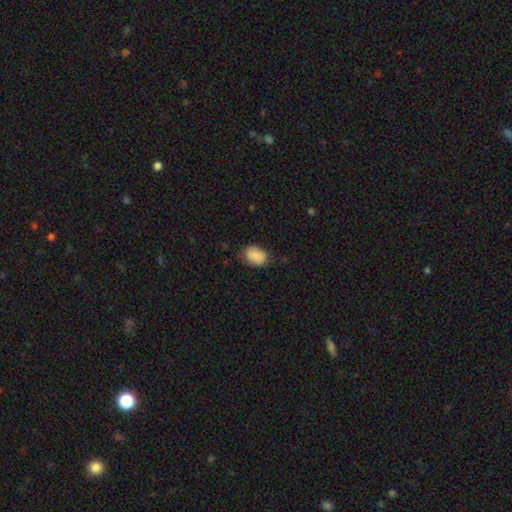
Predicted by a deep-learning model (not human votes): Overall: smooth (85%). How rounded: in between (79%). Merging: none (71%).